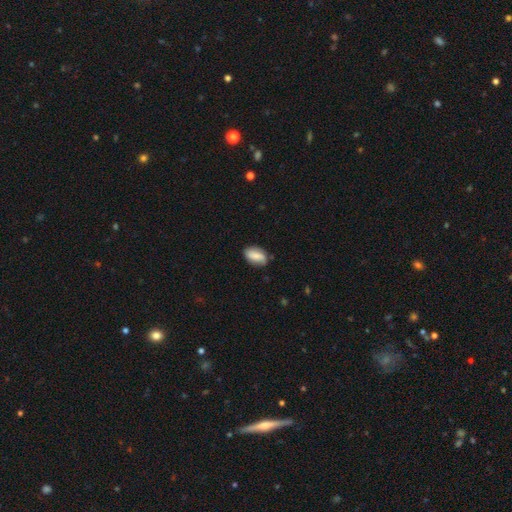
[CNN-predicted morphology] smooth-or-featured: smooth: 67% | featured or disk: 26% | star or artifact: 8%
  how-rounded: in between: 91% | round: 7% | cigar-shaped: 3%
  merging: none: 78% | minor disturbance: 17% | major disturbance: 3% | merger: 1%